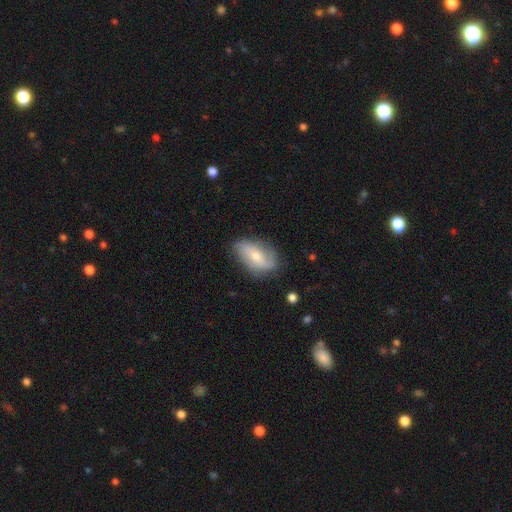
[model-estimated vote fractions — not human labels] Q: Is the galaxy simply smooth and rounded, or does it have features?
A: featured or disk — 49%.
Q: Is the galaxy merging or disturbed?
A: none — 70%.